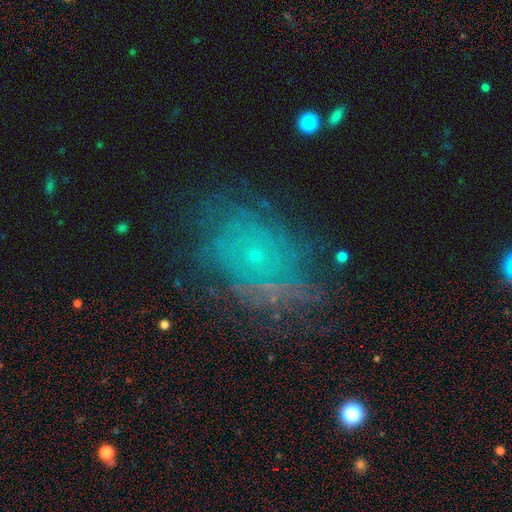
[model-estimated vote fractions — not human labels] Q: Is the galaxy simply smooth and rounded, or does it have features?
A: featured or disk — 50%.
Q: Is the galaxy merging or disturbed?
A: none — 62%.